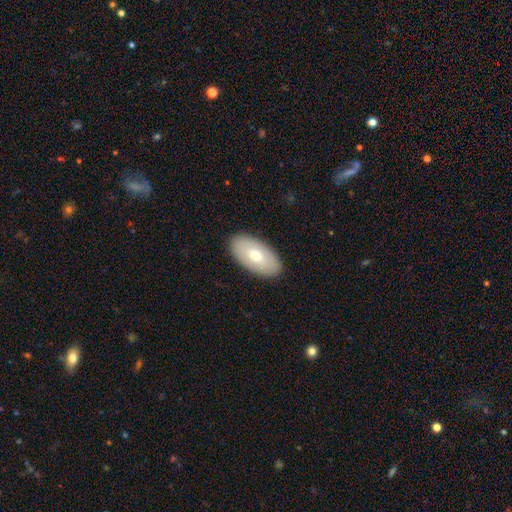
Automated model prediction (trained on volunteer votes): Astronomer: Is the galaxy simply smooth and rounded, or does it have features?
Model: smooth — 66%.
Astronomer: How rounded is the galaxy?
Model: in between — 95%.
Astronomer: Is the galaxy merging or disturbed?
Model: none — 89%.